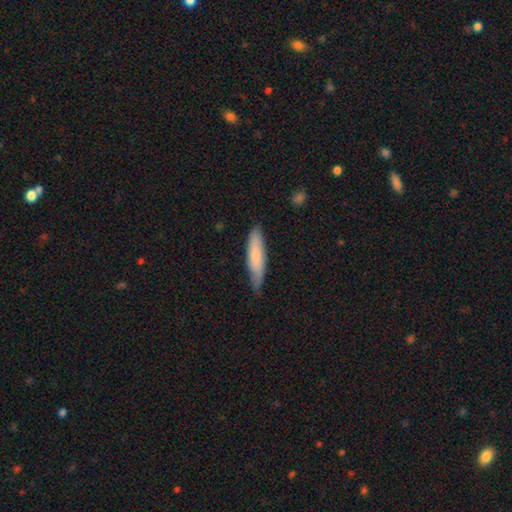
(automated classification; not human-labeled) Smooth or featured: smooth — 74% (featured or disk — 21%)
How rounded: cigar-shaped — 76% (in between — 23%)
Merging: none — 73% (minor disturbance — 23%)